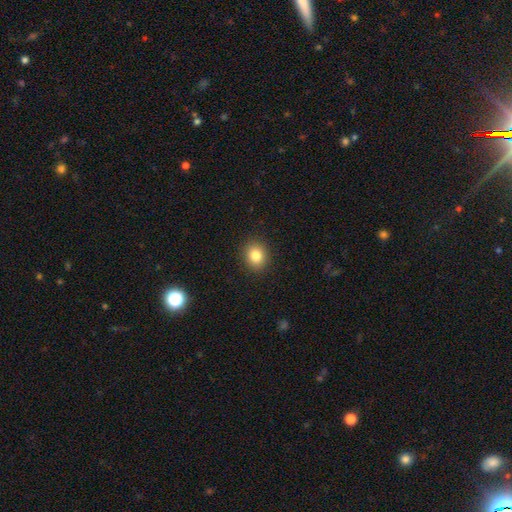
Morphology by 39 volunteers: Volunteers were most divided on "how rounded": round: 81%, in between: 19%, cigar-shaped: 0%. More confident: merging — none (86%); smooth or featured — smooth (79%).